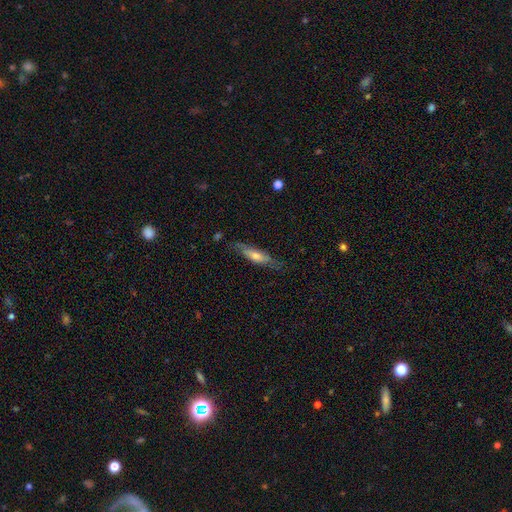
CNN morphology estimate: Smooth or featured?
  - featured or disk: 52% *
  - smooth: 41%
  - star or artifact: 7%
Edge-on disk?
  - yes: 58% *
  - no: 42%
Merging?
  - none: 69% *
  - minor disturbance: 22%
  - major disturbance: 8%
  - merger: 2%